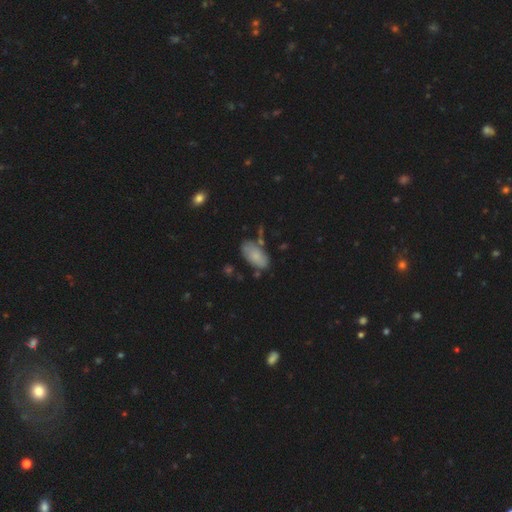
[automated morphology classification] Smooth or featured?
  - smooth: 79% *
  - featured or disk: 14%
  - star or artifact: 7%
How rounded?
  - in between: 93% *
  - cigar-shaped: 4%
  - round: 3%
Merging?
  - none: 65% *
  - minor disturbance: 22%
  - merger: 8%
  - major disturbance: 6%